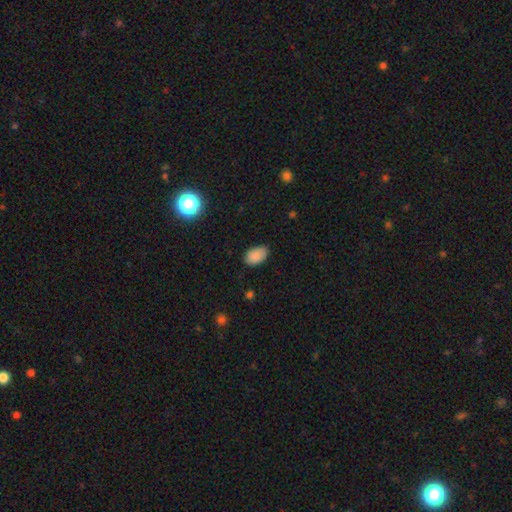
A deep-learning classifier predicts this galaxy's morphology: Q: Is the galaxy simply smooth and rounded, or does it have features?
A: smooth — 87%.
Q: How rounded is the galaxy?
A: in between — 91%.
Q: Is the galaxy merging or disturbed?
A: none — 81%.